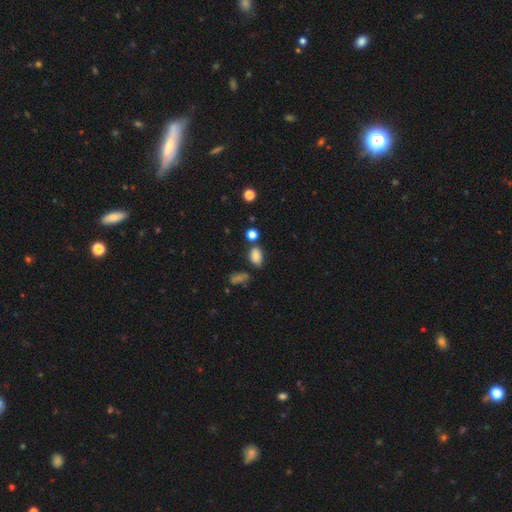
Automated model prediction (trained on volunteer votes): smooth 81%, star or artifact 12%, featured or disk 7%. Down the decision tree: how rounded — in between (83%); merging — none (69%).